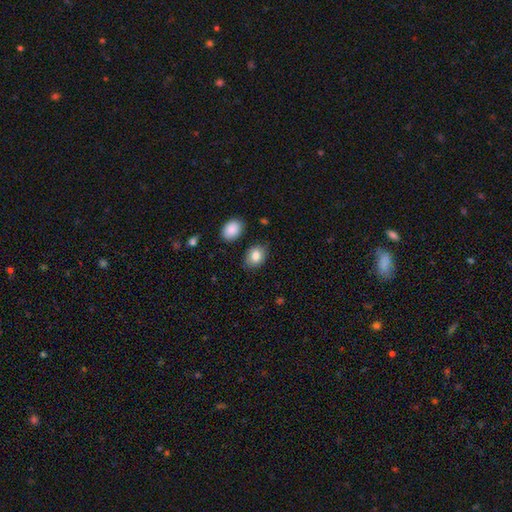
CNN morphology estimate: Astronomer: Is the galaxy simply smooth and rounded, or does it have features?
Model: smooth — 84%.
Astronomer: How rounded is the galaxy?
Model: in between — 66%.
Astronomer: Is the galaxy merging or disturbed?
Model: none — 81%.